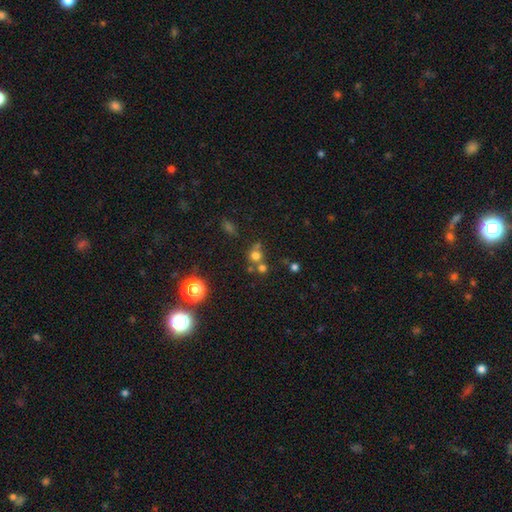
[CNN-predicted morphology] Smooth or featured: smooth — 66% (star or artifact — 23%)
How rounded: round — 85% (in between — 14%)
Merging: none — 53% (merger — 35%)